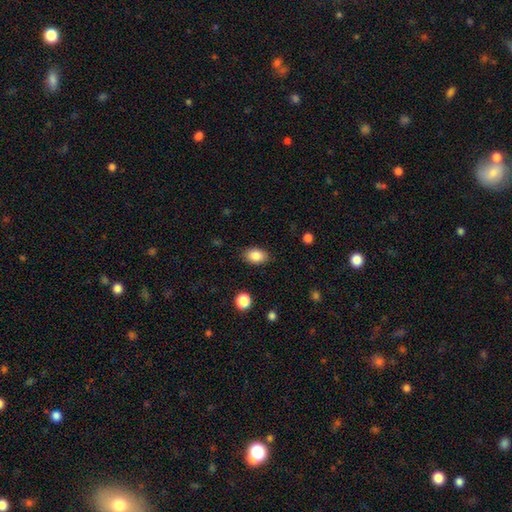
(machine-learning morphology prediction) type=smooth (86%); roundness=in between (84%); merging=none (85%).